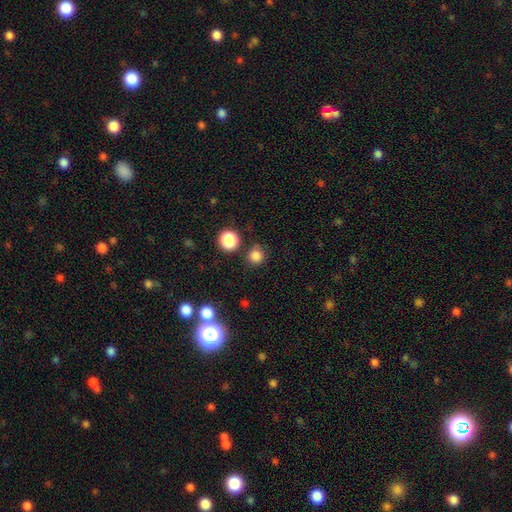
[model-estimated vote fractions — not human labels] smooth_or_featured: smooth (p=0.81) [alt: star or artifact p=0.15]
how_rounded: round (p=0.92) [alt: in between p=0.07]
merging: none (p=0.81) [alt: minor disturbance p=0.09]